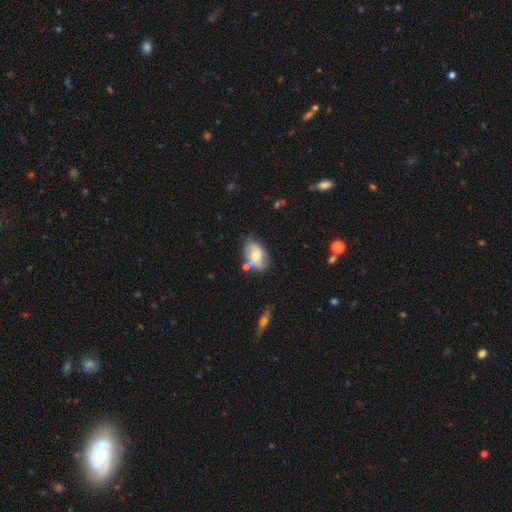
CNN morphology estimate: Smooth or featured? Predicted: smooth (p=0.52). How rounded? Predicted: in between (p=0.86). Merging? Predicted: none (p=0.50).